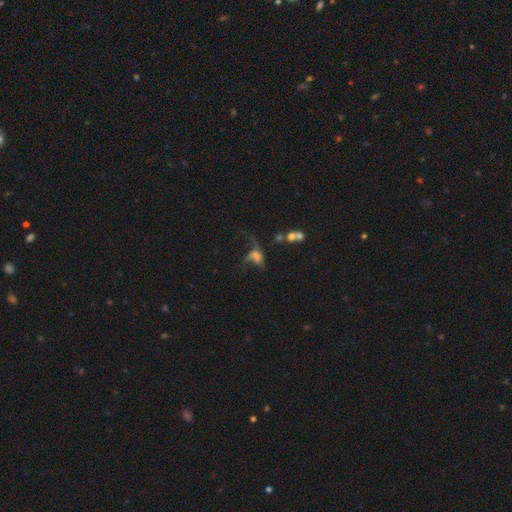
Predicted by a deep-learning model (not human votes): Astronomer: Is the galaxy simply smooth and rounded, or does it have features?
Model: featured or disk — 54% (runner-up: smooth, 30%).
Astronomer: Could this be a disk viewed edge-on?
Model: no — 94%.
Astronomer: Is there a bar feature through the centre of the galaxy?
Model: no — 70%.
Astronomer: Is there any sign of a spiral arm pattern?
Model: yes — 62% (runner-up: no, 38%).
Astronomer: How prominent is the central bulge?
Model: none — 38% (runner-up: moderate, 20%).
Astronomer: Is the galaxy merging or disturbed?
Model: major disturbance — 46% (runner-up: none, 28%).